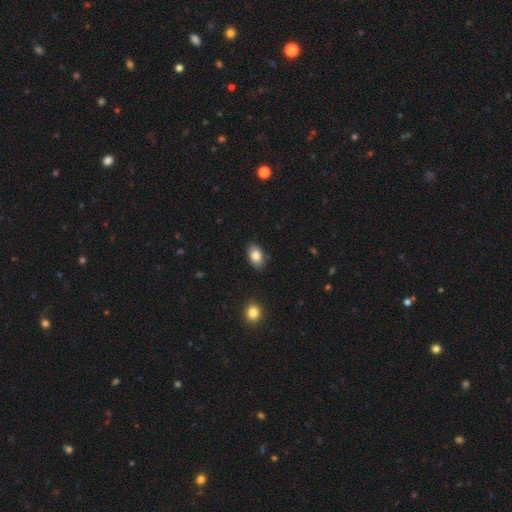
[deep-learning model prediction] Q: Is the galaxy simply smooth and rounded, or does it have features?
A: smooth — 83%.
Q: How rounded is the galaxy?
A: in between — 90%.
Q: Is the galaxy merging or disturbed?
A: none — 86%.